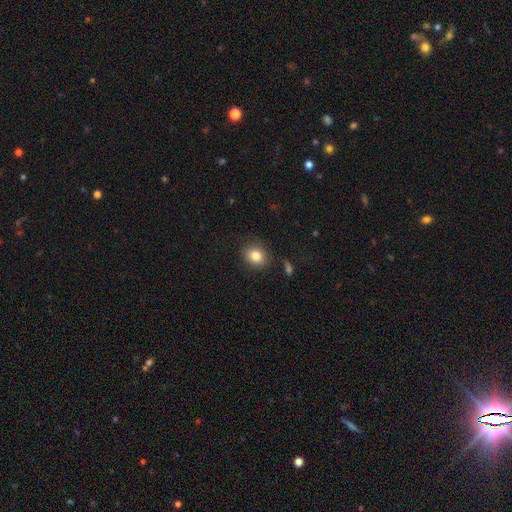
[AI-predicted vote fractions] smooth-or-featured: smooth: 82% | star or artifact: 10% | featured or disk: 8%
  how-rounded: round: 62% | in between: 37% | cigar-shaped: 1%
  merging: none: 82% | minor disturbance: 12% | major disturbance: 4% | merger: 2%